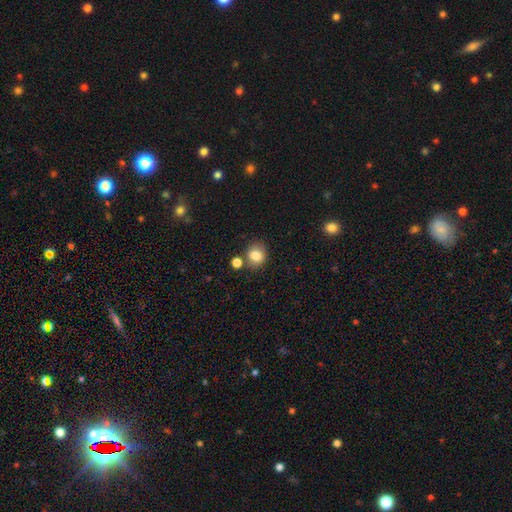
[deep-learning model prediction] Smooth or featured? Predicted: smooth (p=0.80). How rounded? Predicted: round (p=0.68). Merging? Predicted: none (p=0.73).